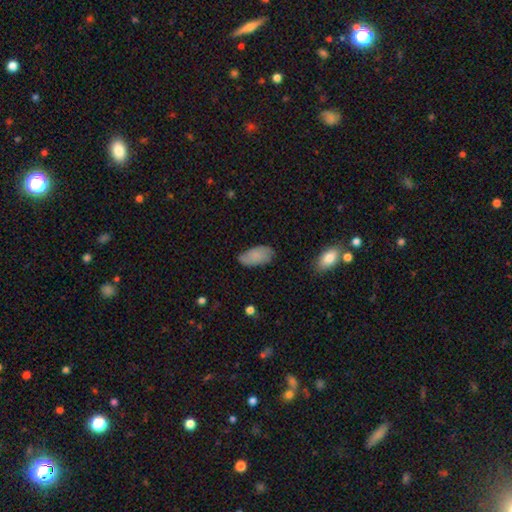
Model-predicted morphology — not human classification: smooth_or_featured: smooth (p=0.77) [alt: featured or disk p=0.16]
how_rounded: in between (p=0.94) [alt: cigar-shaped p=0.03]
merging: none (p=0.70) [alt: minor disturbance p=0.24]